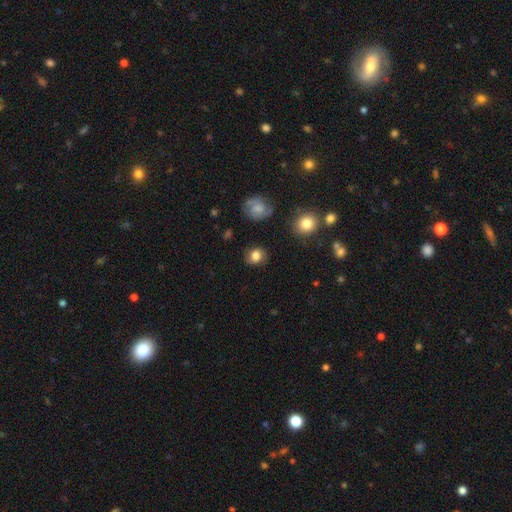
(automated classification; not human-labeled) This is likely a smooth galaxy (75%). How rounded: likely round (69%). Merging: clearly none (80%).